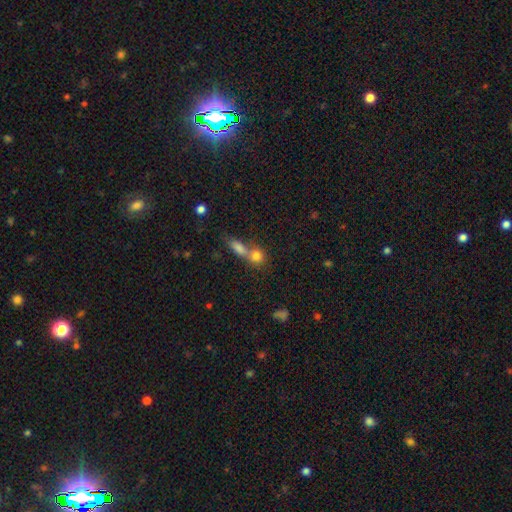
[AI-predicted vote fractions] A smooth galaxy with no disk features (79%) that is round (63%).

Vote fractions:
- Smooth or featured? smooth: 79% / featured or disk: 11% / star or artifact: 10%
- How rounded? round: 63% / in between: 31% / cigar-shaped: 6%
- Merging? merger: 56% / none: 34% / minor disturbance: 7% / major disturbance: 4%